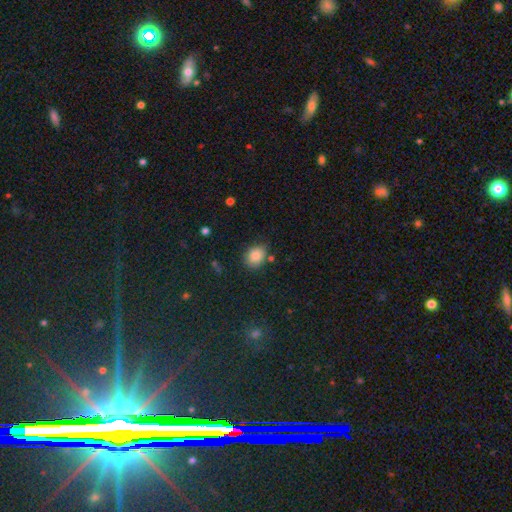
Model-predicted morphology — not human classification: Smooth or featured: smooth — 84% (star or artifact — 10%)
How rounded: in between — 55% (round — 44%)
Merging: none — 76% (minor disturbance — 15%)